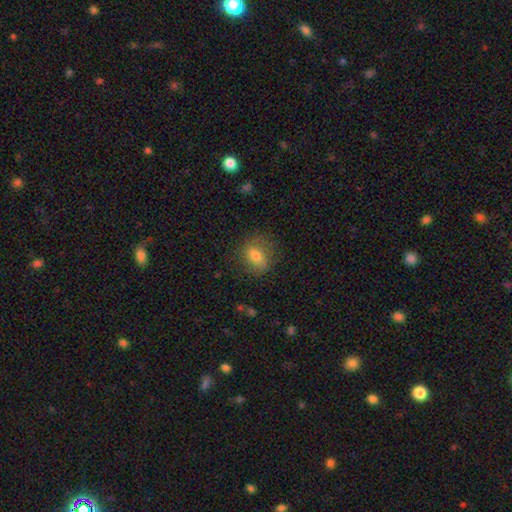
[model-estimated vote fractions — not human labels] Smooth or featured: smooth — 72% (featured or disk — 17%)
How rounded: in between — 60% (round — 37%)
Merging: none — 74% (minor disturbance — 18%)